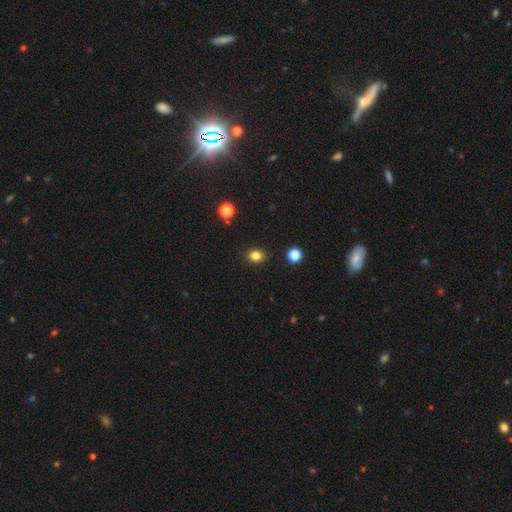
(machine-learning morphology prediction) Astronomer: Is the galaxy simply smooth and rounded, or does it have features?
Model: smooth — 82%.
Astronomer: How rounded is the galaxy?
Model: round — 58% (runner-up: in between, 41%).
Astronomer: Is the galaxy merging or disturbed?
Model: none — 89%.